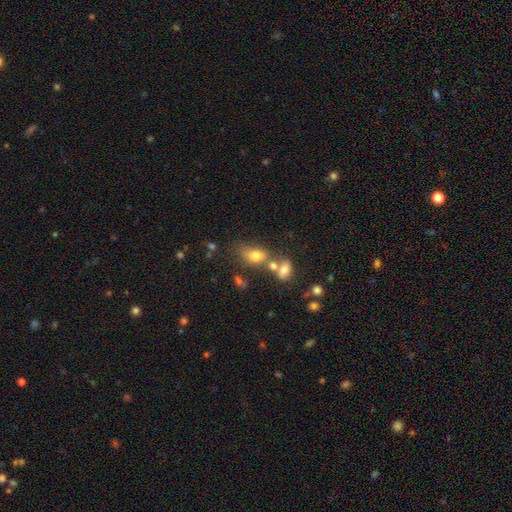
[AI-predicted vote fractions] This appears to be a smooth galaxy with no disk features (75%) that is in between round and cigar-shaped (77%). Merging: none (42%).